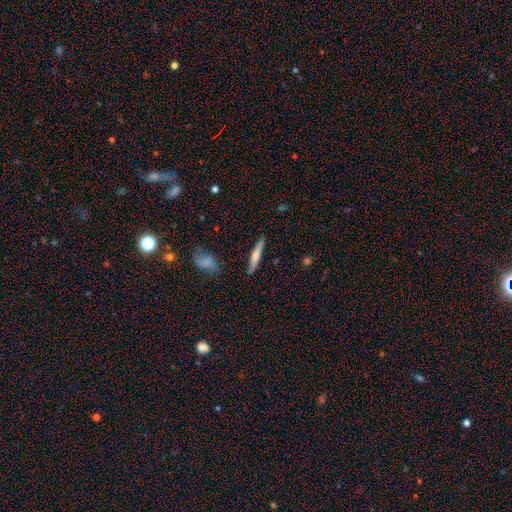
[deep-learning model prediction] smooth_or_featured: smooth (p=0.51) [alt: featured or disk p=0.43]
how_rounded: cigar-shaped (p=0.90) [alt: in between p=0.08]
merging: none (p=0.85) [alt: minor disturbance p=0.10]